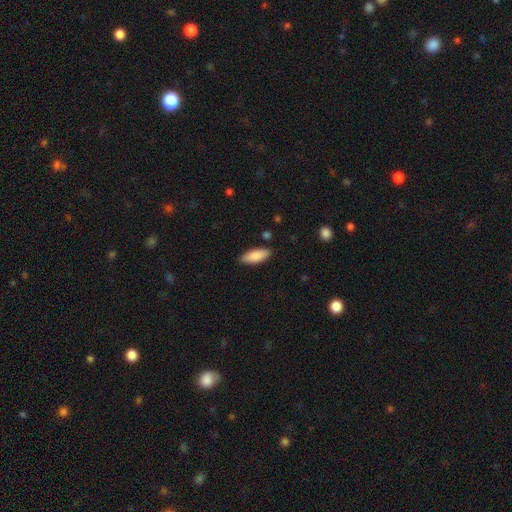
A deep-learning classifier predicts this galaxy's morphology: Smooth or featured?
  - smooth: 87% *
  - featured or disk: 7%
  - star or artifact: 6%
How rounded?
  - in between: 78% *
  - cigar-shaped: 21%
  - round: 2%
Merging?
  - none: 86% *
  - minor disturbance: 10%
  - major disturbance: 2%
  - merger: 2%